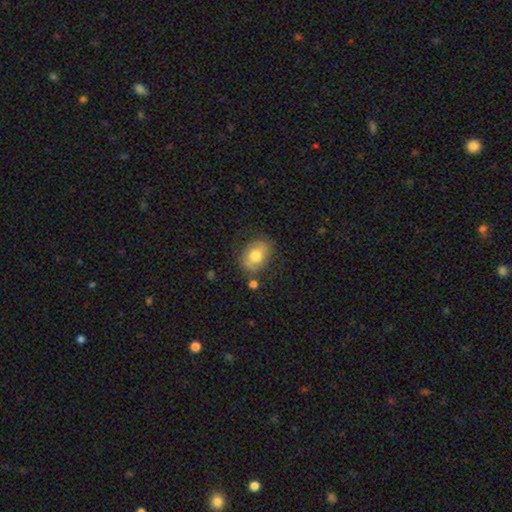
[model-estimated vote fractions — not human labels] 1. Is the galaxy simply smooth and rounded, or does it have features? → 73% smooth, 19% featured or disk, 8% star or artifact.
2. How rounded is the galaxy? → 69% in between, 30% round, 1% cigar-shaped.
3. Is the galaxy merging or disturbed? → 74% none, 17% minor disturbance, 5% major disturbance, 4% merger.